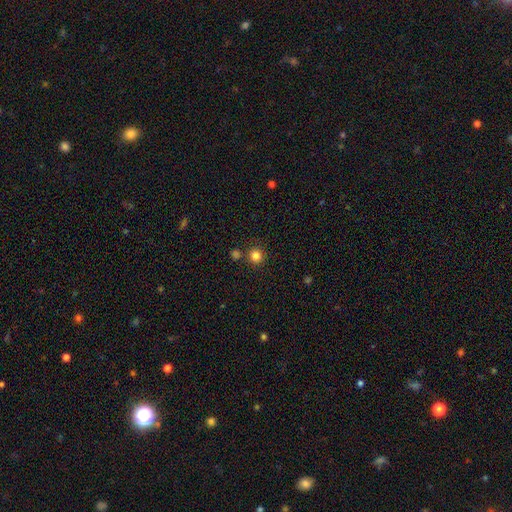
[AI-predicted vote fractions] Smooth or featured?
  - smooth: 82% *
  - star or artifact: 13%
  - featured or disk: 5%
How rounded?
  - round: 93% *
  - in between: 6%
  - cigar-shaped: 1%
Merging?
  - none: 83% *
  - merger: 8%
  - minor disturbance: 7%
  - major disturbance: 2%